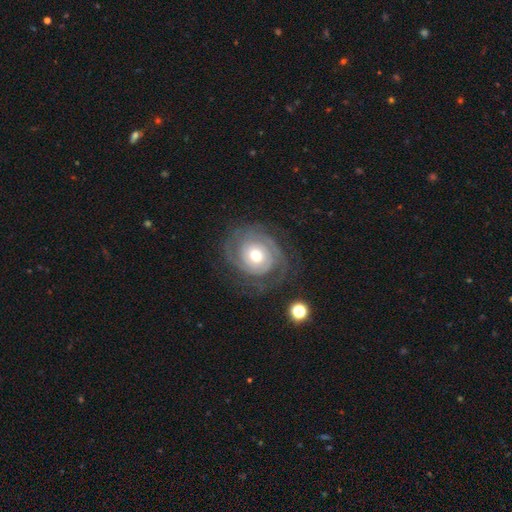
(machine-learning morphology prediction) featured or disk 83%, smooth 12%, star or artifact 6%. Down the decision tree: edge-on disk — no (97%); bar — no (78%); spiral arms — yes (93%); spiral arm count — 2 (37%); spiral winding — tight (73%); bulge size — moderate (70%); merging — none (72%).